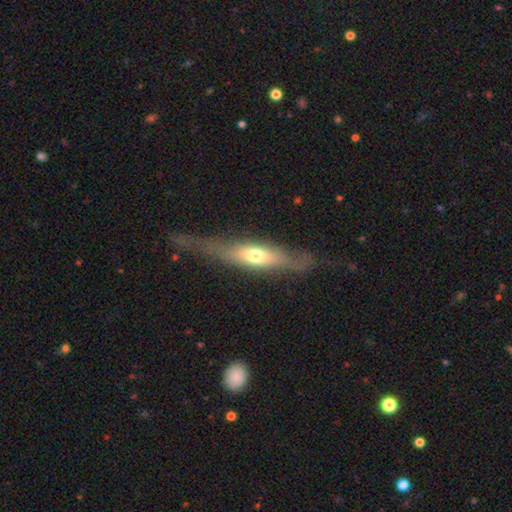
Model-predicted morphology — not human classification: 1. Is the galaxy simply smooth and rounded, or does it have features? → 55% featured or disk, 39% smooth, 6% star or artifact.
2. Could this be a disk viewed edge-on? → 76% yes, 24% no.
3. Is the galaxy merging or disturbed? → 59% none, 22% minor disturbance, 17% major disturbance, 3% merger.